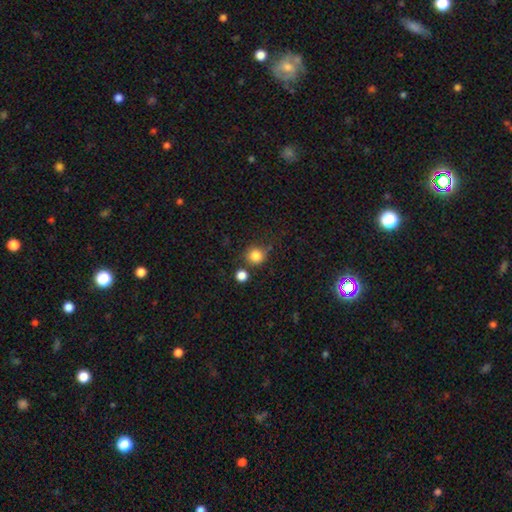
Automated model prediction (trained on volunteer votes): smooth-or-featured: smooth: 83% | star or artifact: 12% | featured or disk: 5%
  how-rounded: round: 90% | in between: 10% | cigar-shaped: 1%
  merging: none: 71% | minor disturbance: 14% | merger: 11% | major disturbance: 4%